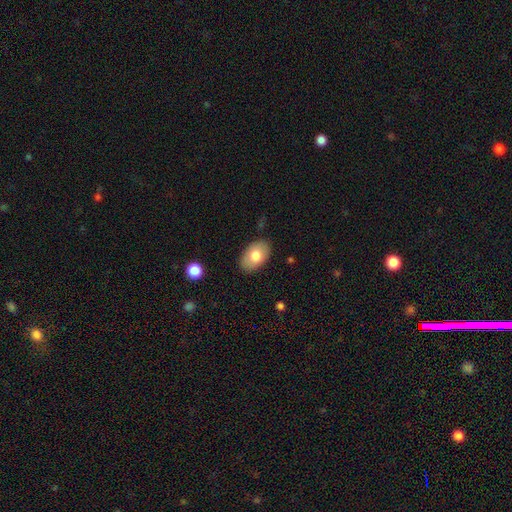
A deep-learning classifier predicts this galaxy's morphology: smooth 77%, featured or disk 17%, star or artifact 7%. Down the decision tree: how rounded — in between (91%); merging — none (85%).